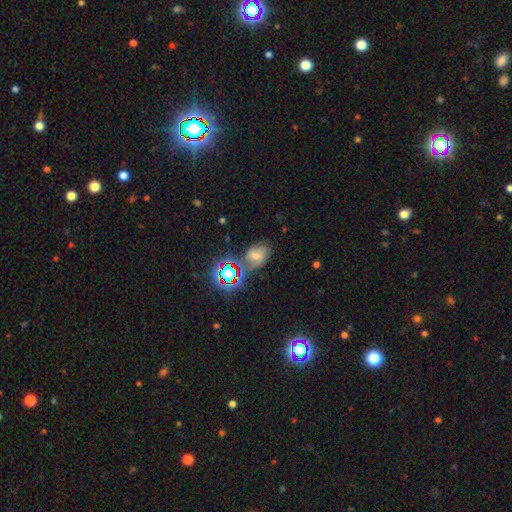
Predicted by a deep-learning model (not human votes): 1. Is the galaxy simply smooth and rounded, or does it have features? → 43% star or artifact, 29% smooth, 27% featured or disk.